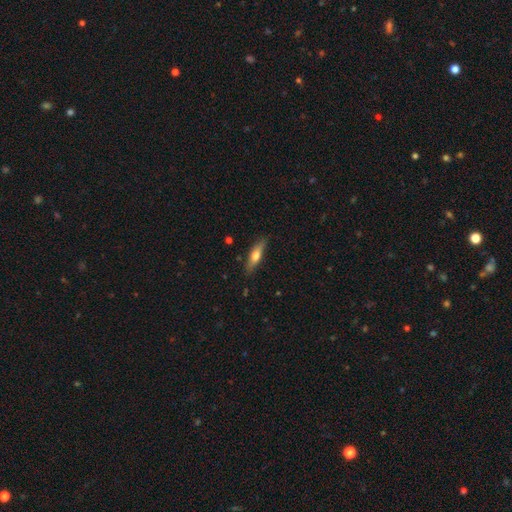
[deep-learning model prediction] This appears to be a smooth galaxy with no disk features (55%) that is cigar-shaped (68%). Merging: none (85%).